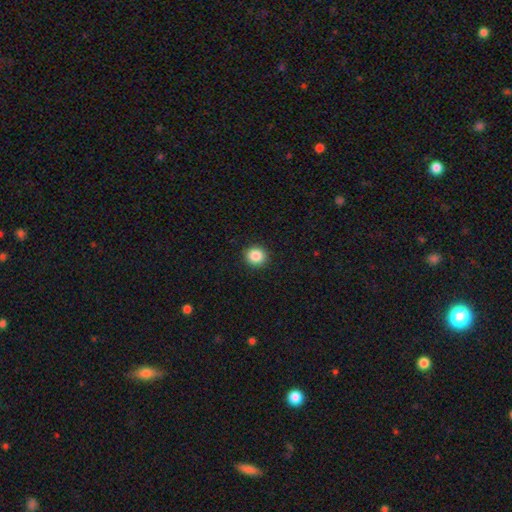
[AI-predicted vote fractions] Smooth or featured? smooth (86%)
How rounded? round (90%)
Merging? none (92%)